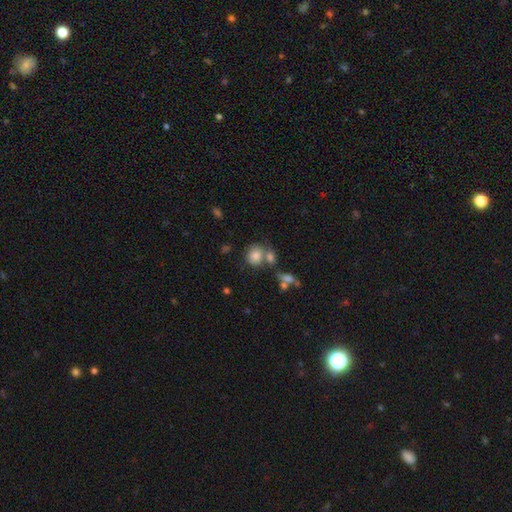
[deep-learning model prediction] This appears to be a smooth galaxy with no disk features (79%) that is round (71%). Merging: none (46%).